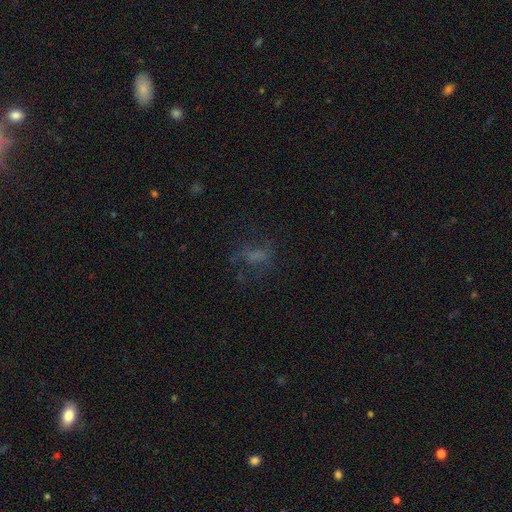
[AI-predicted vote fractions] This appears to be a smooth galaxy with no disk features (41%). Merging: none (51%).